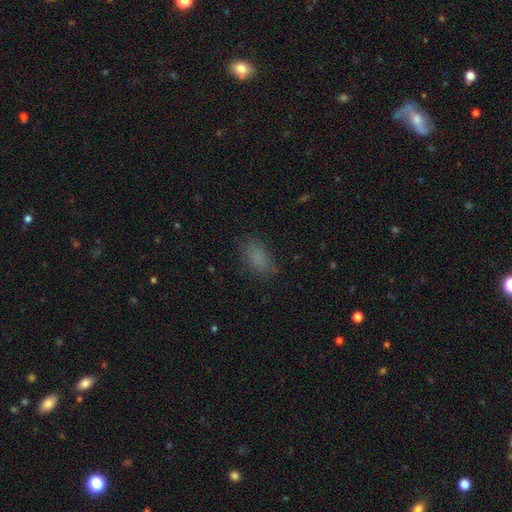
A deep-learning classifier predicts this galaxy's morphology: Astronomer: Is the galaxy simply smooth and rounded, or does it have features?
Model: smooth — 82%.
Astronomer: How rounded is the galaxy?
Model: in between — 88%.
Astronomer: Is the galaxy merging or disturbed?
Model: none — 80%.